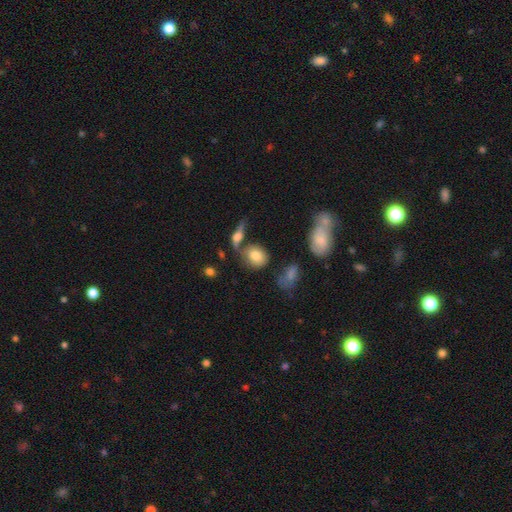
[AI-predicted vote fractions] Smooth or featured?
  - smooth: 75% *
  - featured or disk: 16%
  - star or artifact: 9%
How rounded?
  - round: 57% *
  - in between: 41%
  - cigar-shaped: 2%
Merging?
  - none: 56% *
  - merger: 20%
  - minor disturbance: 16%
  - major disturbance: 8%